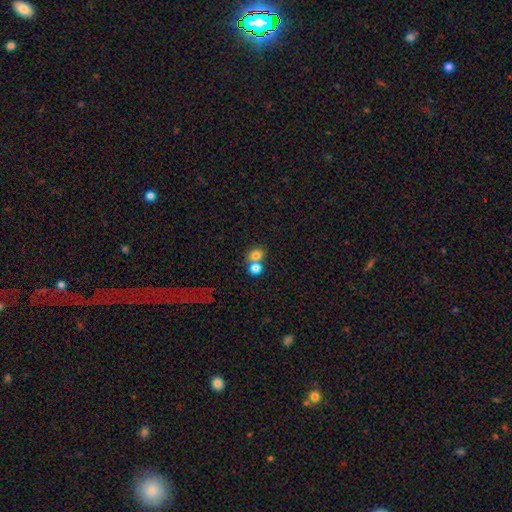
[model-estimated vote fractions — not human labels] smooth-or-featured: smooth: 77% | featured or disk: 12% | star or artifact: 11%
  how-rounded: round: 66% | in between: 33% | cigar-shaped: 1%
  merging: merger: 53% | none: 37% | minor disturbance: 7% | major disturbance: 3%